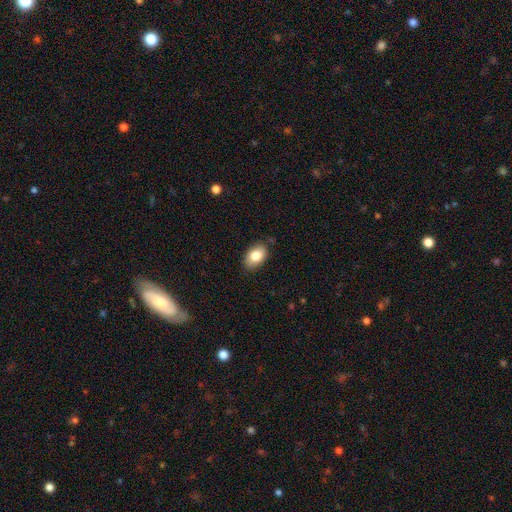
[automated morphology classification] This is clearly a smooth galaxy (82%). How rounded: clearly in between (88%). Merging: clearly none (83%).